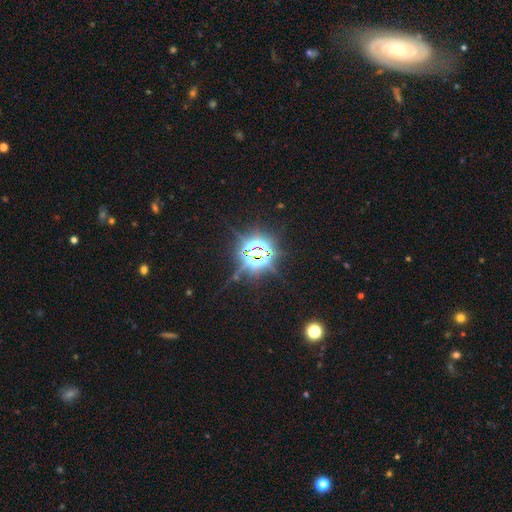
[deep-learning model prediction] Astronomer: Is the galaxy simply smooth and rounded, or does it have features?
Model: star or artifact — 83%.